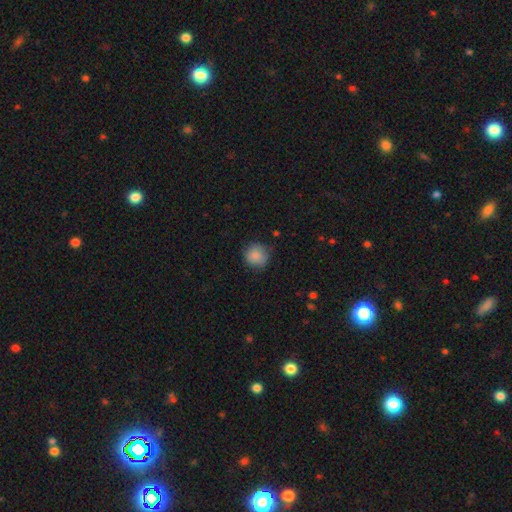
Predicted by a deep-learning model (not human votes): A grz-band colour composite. It shows a smooth galaxy with no disk features (86%) that is round (91%). Merging: none (79%).